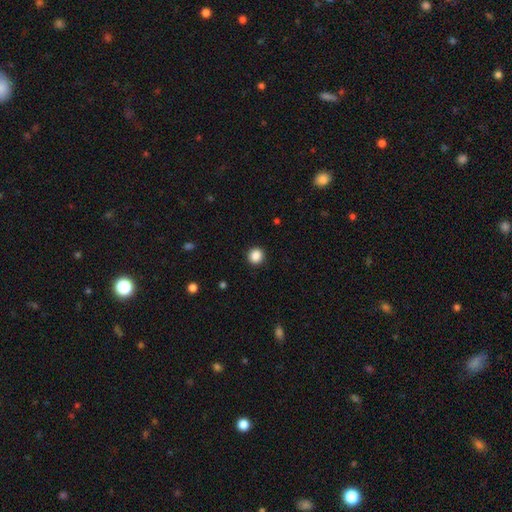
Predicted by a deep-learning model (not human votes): This is clearly a smooth galaxy (87%). How rounded: clearly round (90%). Merging: clearly none (92%).